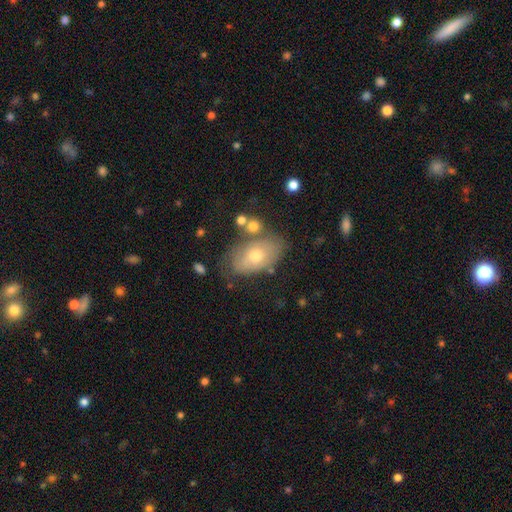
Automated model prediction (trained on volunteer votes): The model was most divided on "smooth or featured": smooth: 61%, featured or disk: 31%, star or artifact: 8%. More confident: how rounded — in between (89%); merging — none (61%).